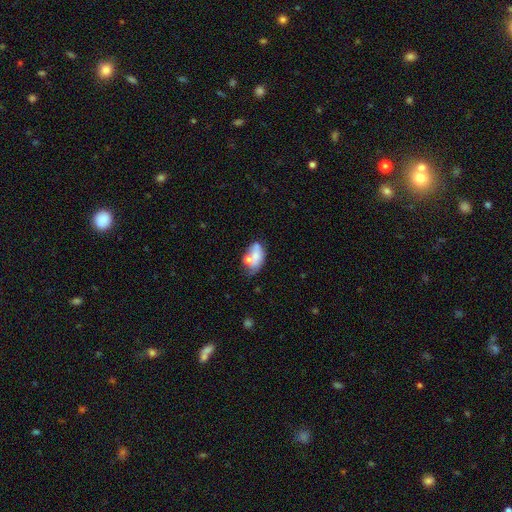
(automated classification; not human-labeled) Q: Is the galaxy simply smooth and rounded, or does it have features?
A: smooth — 60%.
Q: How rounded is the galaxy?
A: in between — 87%.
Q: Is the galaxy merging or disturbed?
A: merger — 35%.